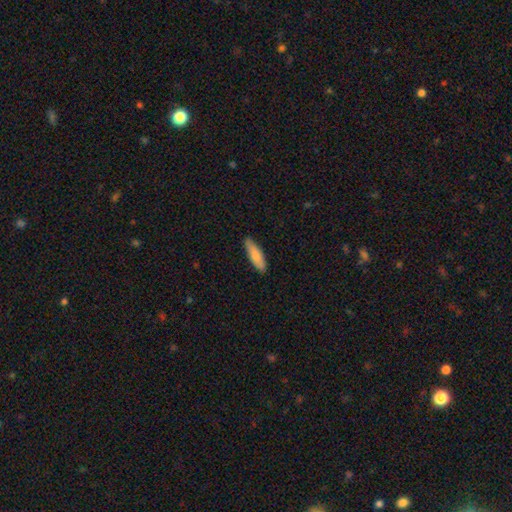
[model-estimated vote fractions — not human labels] This appears to be a smooth galaxy with no disk features (82%) that is cigar-shaped (58%). Merging: none (86%).